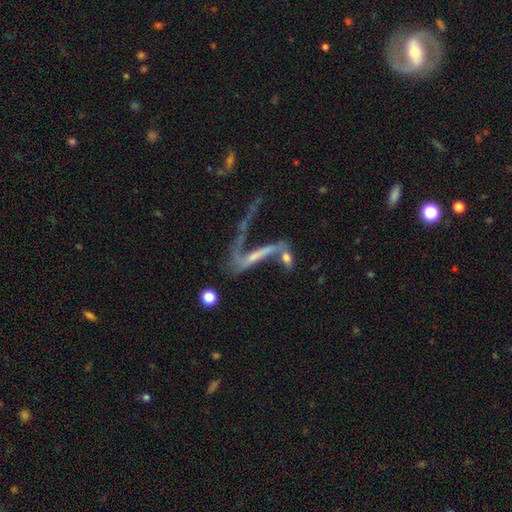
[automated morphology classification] Smooth or featured?
  - featured or disk: 63% *
  - smooth: 24%
  - star or artifact: 13%
Edge-on disk?
  - no: 71% *
  - yes: 29%
Merging?
  - merger: 36% *
  - major disturbance: 34%
  - none: 20%
  - minor disturbance: 10%